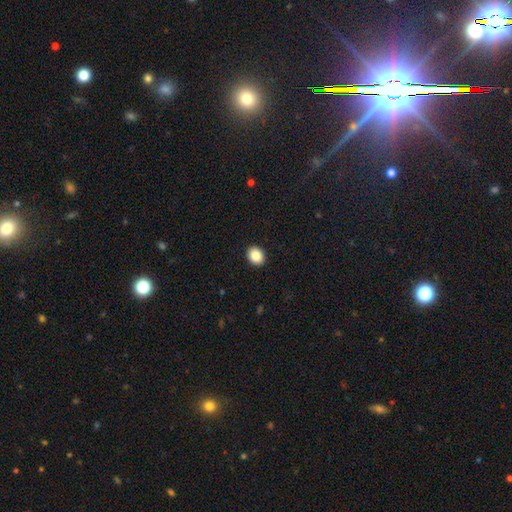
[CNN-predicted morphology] The model was most divided on "how rounded": round: 58%, in between: 41%, cigar-shaped: 1%. More confident: merging — none (92%); smooth or featured — smooth (87%).